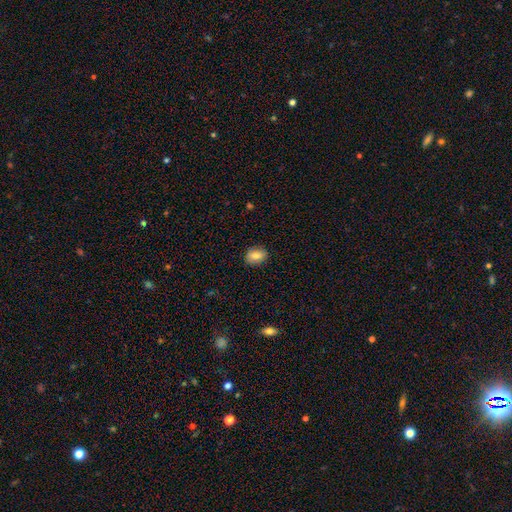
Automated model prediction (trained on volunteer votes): This appears to be a smooth galaxy with no disk features (84%) that is in between round and cigar-shaped (71%). Merging: none (85%).